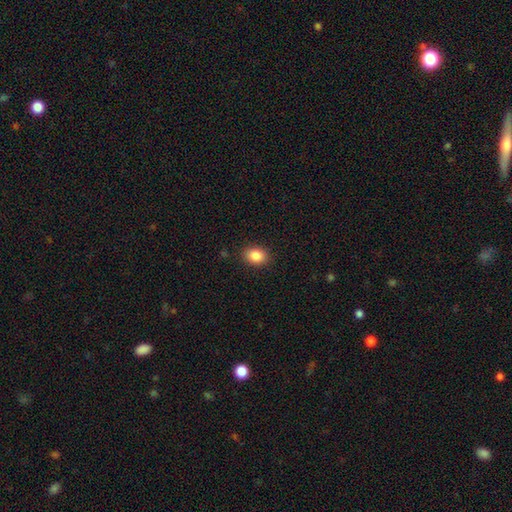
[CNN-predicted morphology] Smooth or featured: smooth — 86% (star or artifact — 9%)
How rounded: in between — 66% (round — 33%)
Merging: none — 88% (minor disturbance — 8%)